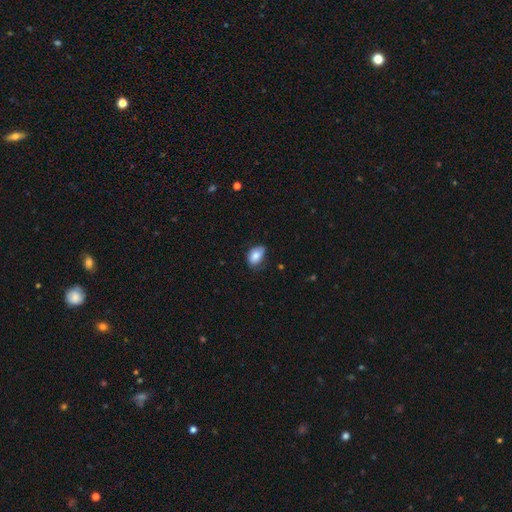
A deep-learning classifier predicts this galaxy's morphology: Smooth or featured? Predicted: smooth (p=0.80). How rounded? Predicted: in between (p=0.85). Merging? Predicted: none (p=0.61).